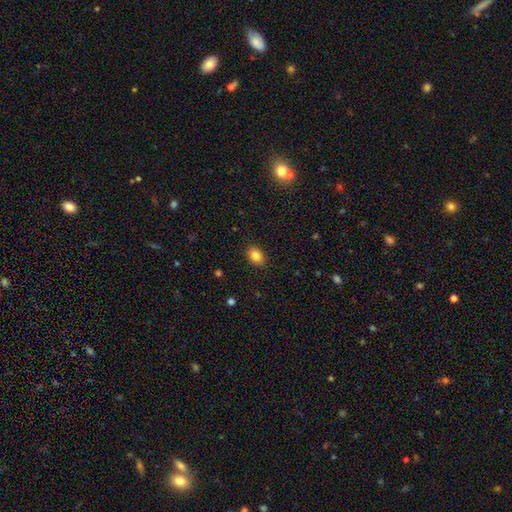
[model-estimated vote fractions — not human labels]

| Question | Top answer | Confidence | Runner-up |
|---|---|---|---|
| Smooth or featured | smooth | 84% | star or artifact (10%) |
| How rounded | in between | 71% | round (28%) |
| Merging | none | 86% | minor disturbance (10%) |